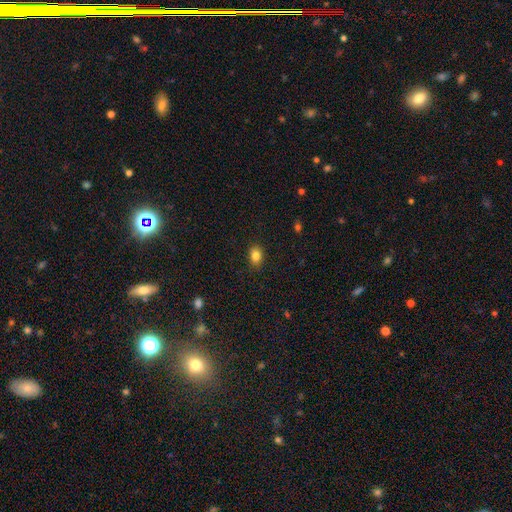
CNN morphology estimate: smooth_or_featured: smooth (p=0.83) [alt: star or artifact p=0.10]
how_rounded: in between (p=0.68) [alt: round p=0.31]
merging: none (p=0.88) [alt: minor disturbance p=0.09]